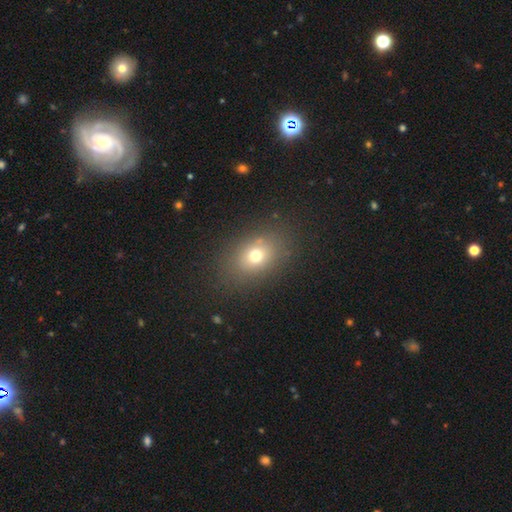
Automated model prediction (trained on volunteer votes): This is likely a smooth galaxy (70%). How rounded: likely in between (65%). Merging: clearly none (82%).